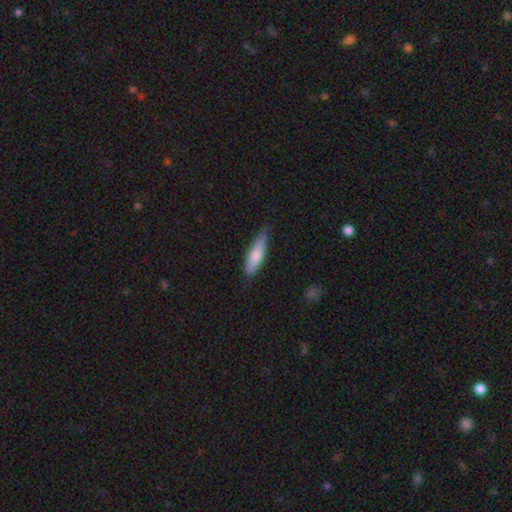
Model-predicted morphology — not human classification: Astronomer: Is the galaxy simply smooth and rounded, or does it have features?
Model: smooth — 73%.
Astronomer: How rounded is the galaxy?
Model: cigar-shaped — 57% (runner-up: in between, 41%).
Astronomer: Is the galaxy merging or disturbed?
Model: none — 69%.